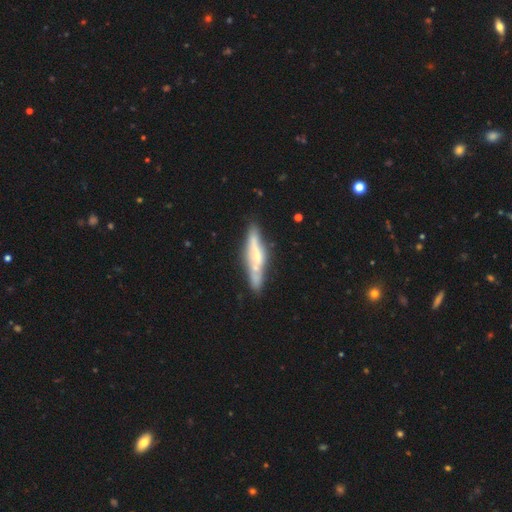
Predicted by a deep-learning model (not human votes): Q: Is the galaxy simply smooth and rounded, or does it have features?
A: featured or disk — 58%.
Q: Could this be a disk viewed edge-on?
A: yes — 82%.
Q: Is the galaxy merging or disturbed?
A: none — 70%.